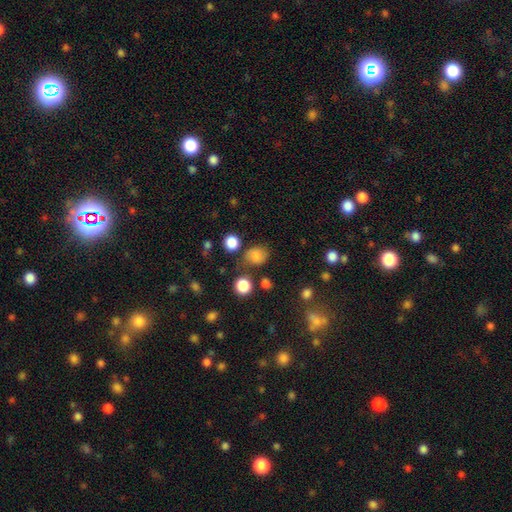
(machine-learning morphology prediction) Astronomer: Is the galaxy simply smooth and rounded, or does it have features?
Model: smooth — 78%.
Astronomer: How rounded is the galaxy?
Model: round — 58% (runner-up: in between, 41%).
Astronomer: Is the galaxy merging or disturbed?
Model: none — 68%.